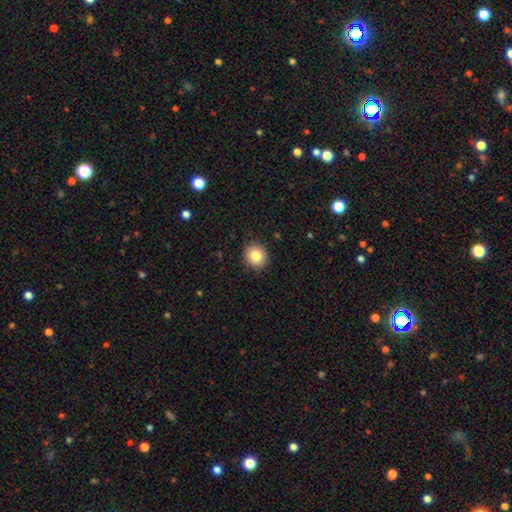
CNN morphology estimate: smooth 83%, star or artifact 10%, featured or disk 8%. Down the decision tree: how rounded — round (80%); merging — none (90%).